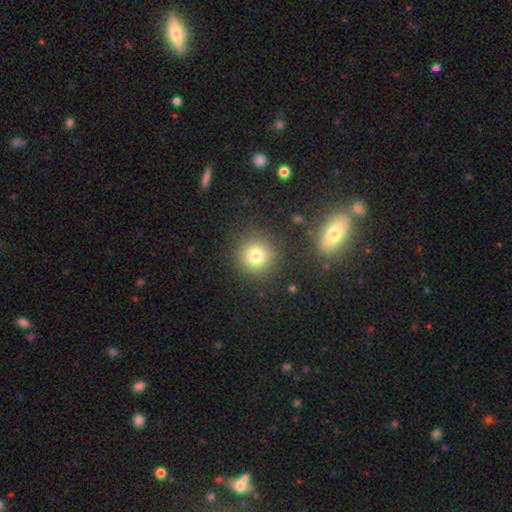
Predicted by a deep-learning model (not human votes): smooth-or-featured: smooth: 77% | star or artifact: 15% | featured or disk: 9%
  how-rounded: round: 93% | in between: 6% | cigar-shaped: 1%
  merging: none: 87% | minor disturbance: 8% | major disturbance: 3% | merger: 3%